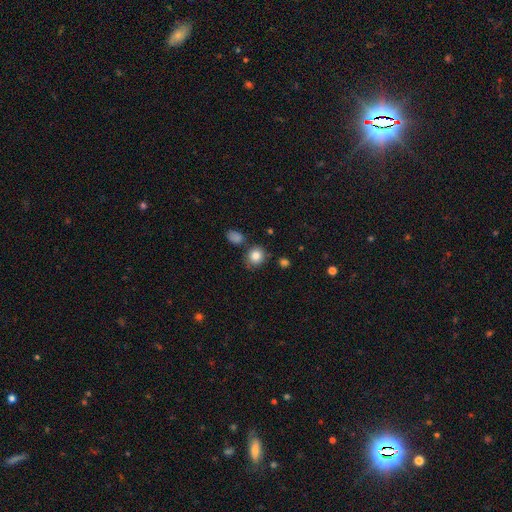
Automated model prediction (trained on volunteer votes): Q: Smooth or featured?
A: smooth (84%); runner-up: star or artifact (10%)
Q: How rounded?
A: round (80%); runner-up: in between (19%)
Q: Merging?
A: none (76%); runner-up: minor disturbance (13%)